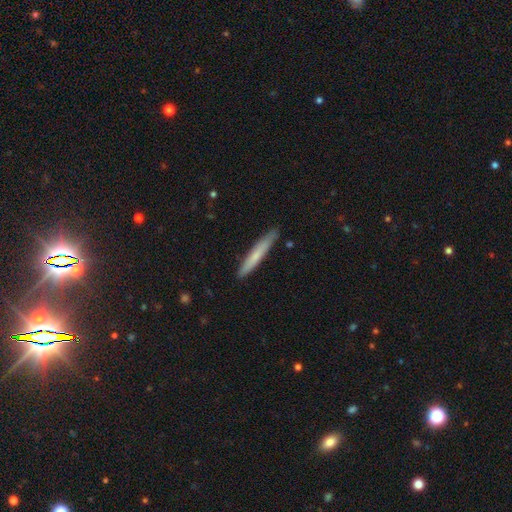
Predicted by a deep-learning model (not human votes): Smooth or featured: smooth — 68% (featured or disk — 27%)
How rounded: cigar-shaped — 95% (in between — 4%)
Merging: none — 87% (minor disturbance — 10%)